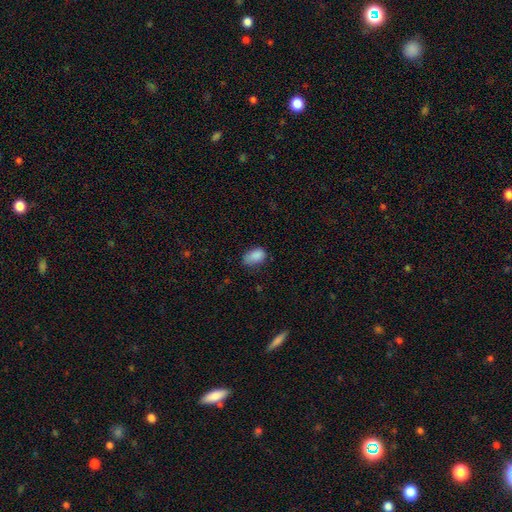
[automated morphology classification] Smooth or featured: smooth — 86% (star or artifact — 9%)
How rounded: in between — 89% (round — 10%)
Merging: none — 59% (minor disturbance — 31%)